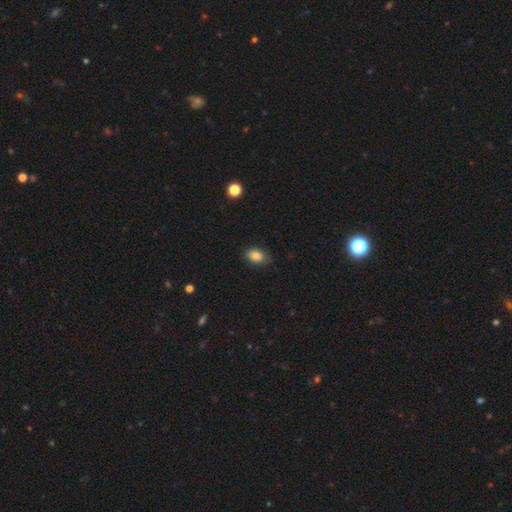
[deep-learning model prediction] Overall: smooth (86%). How rounded: in between (80%). Merging: none (80%).